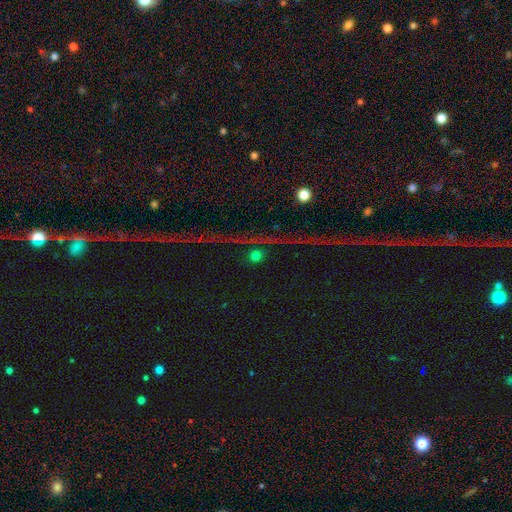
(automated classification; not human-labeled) This appears to be a star or artifact, not a galaxy (46%).